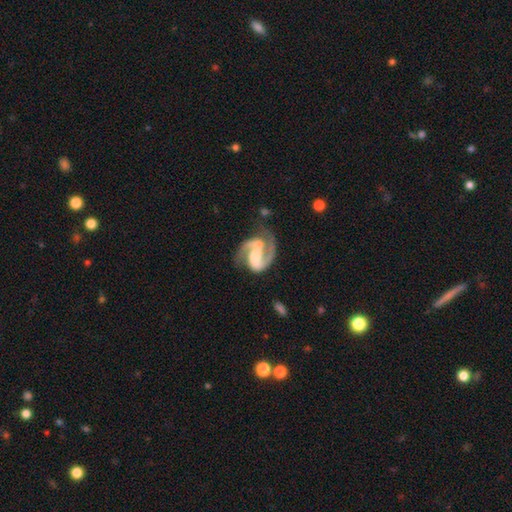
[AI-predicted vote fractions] featured or disk 92%, smooth 4%, star or artifact 4%. Down the decision tree: edge-on disk — no (98%); bar — strong (46%); spiral arms — yes (98%); spiral arm count — 2 (92%); spiral winding — medium (60%); bulge size — moderate (42%); merging — none (68%).